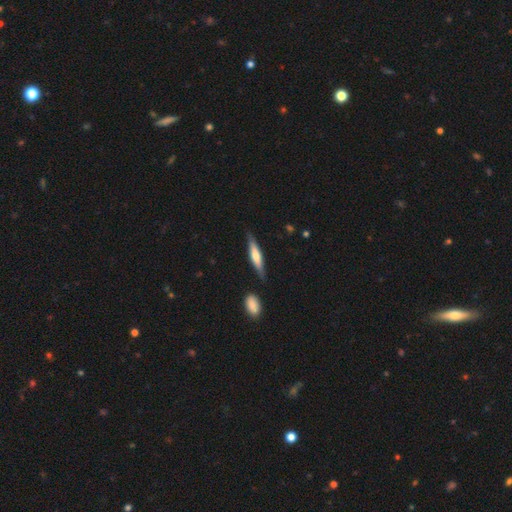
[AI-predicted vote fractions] This appears to be a smooth galaxy with no disk features (51%) that is cigar-shaped (83%). Merging: none (81%).